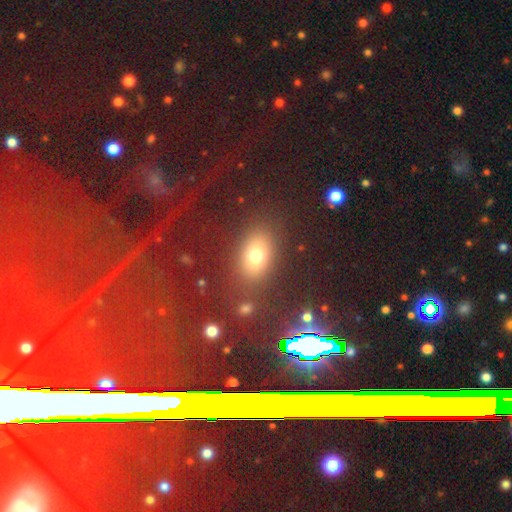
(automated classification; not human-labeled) smooth 73%, star or artifact 16%, featured or disk 10%. Down the decision tree: how rounded — in between (66%); merging — none (81%).